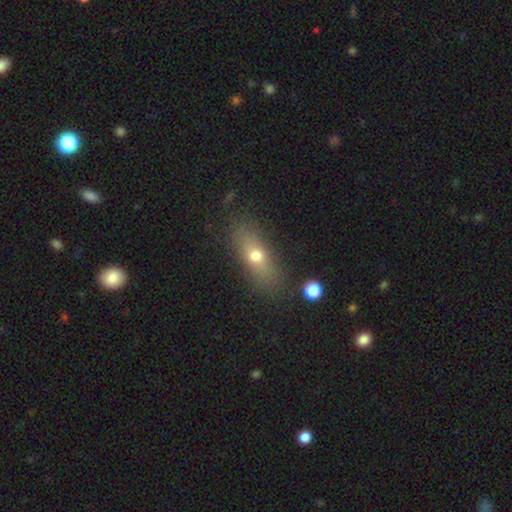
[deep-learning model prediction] Smooth or featured? Predicted: smooth (p=0.66). How rounded? Predicted: in between (p=0.61). Merging? Predicted: none (p=0.79).